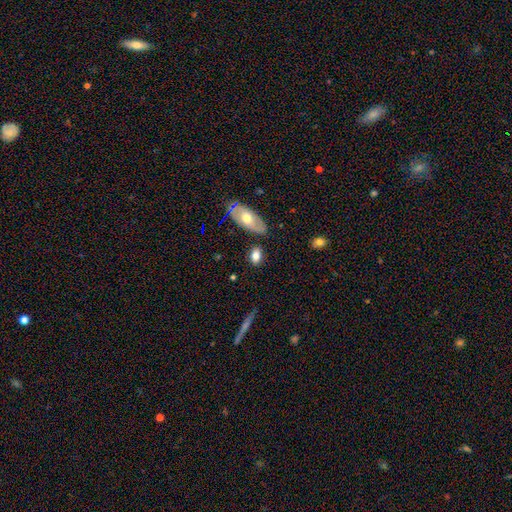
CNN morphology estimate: Smooth or featured?
  - smooth: 78% *
  - featured or disk: 14%
  - star or artifact: 8%
How rounded?
  - in between: 82% *
  - round: 14%
  - cigar-shaped: 4%
Merging?
  - none: 75% *
  - minor disturbance: 14%
  - merger: 6%
  - major disturbance: 4%